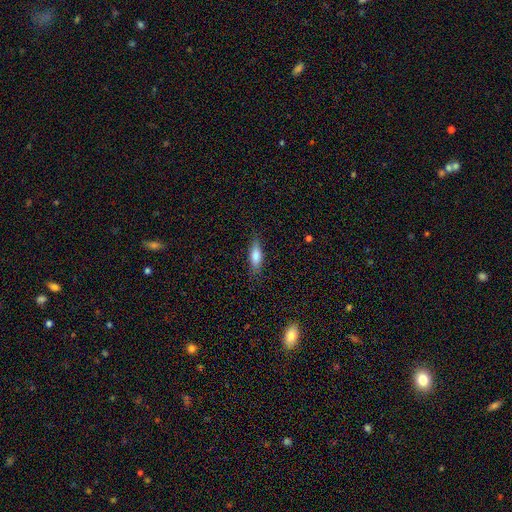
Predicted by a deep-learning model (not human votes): A smooth galaxy with no disk features (77%) that is in between round and cigar-shaped (50%).

Vote fractions:
- Smooth or featured? smooth: 77% / featured or disk: 17% / star or artifact: 7%
- How rounded? in between: 50% / cigar-shaped: 48% / round: 2%
- Merging? none: 82% / minor disturbance: 14% / major disturbance: 3% / merger: 1%